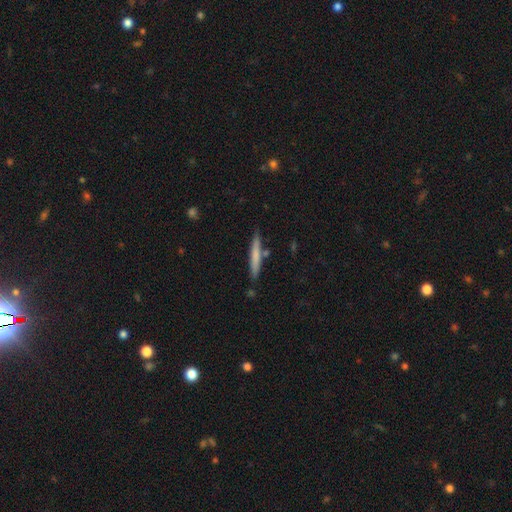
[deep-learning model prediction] smooth_or_featured: smooth (p=0.66) [alt: featured or disk p=0.28]
how_rounded: cigar-shaped (p=0.94) [alt: in between p=0.04]
merging: none (p=0.80) [alt: minor disturbance p=0.12]